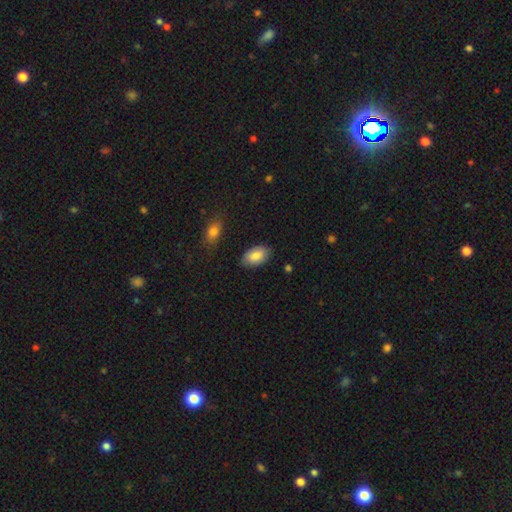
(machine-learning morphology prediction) Q: Smooth or featured?
A: smooth (83%); runner-up: featured or disk (11%)
Q: How rounded?
A: in between (95%); runner-up: round (4%)
Q: Merging?
A: none (84%); runner-up: minor disturbance (12%)